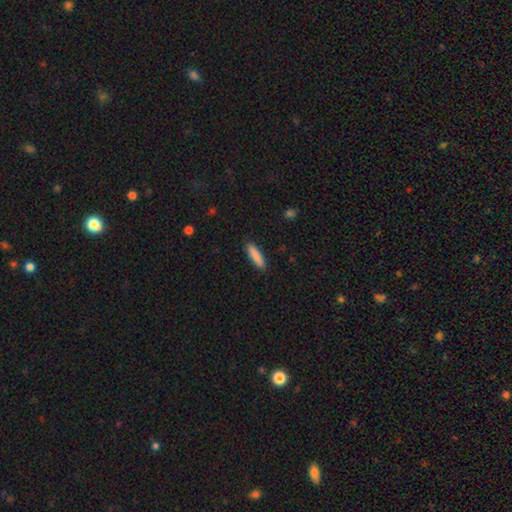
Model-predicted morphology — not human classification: A smooth galaxy with no disk features (88%) that is cigar-shaped (76%). Merging: none (90%).